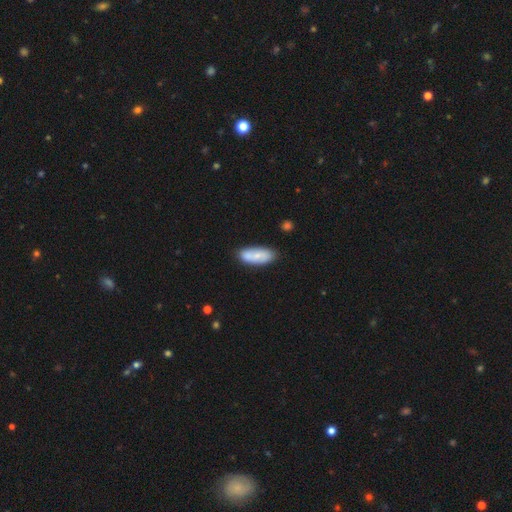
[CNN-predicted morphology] A smooth galaxy with no disk features (67%) that is in between round and cigar-shaped (82%).

Vote fractions:
- Smooth or featured? smooth: 67% / featured or disk: 27% / star or artifact: 6%
- How rounded? in between: 82% / cigar-shaped: 16% / round: 2%
- Merging? none: 73% / minor disturbance: 16% / merger: 8% / major disturbance: 4%